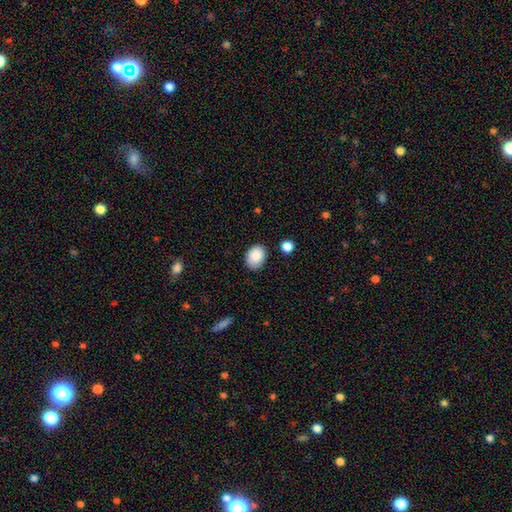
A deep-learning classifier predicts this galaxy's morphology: Smooth or featured?
  - smooth: 88% *
  - star or artifact: 7%
  - featured or disk: 4%
How rounded?
  - in between: 69% *
  - round: 30%
  - cigar-shaped: 1%
Merging?
  - none: 81% *
  - minor disturbance: 13%
  - major disturbance: 3%
  - merger: 2%